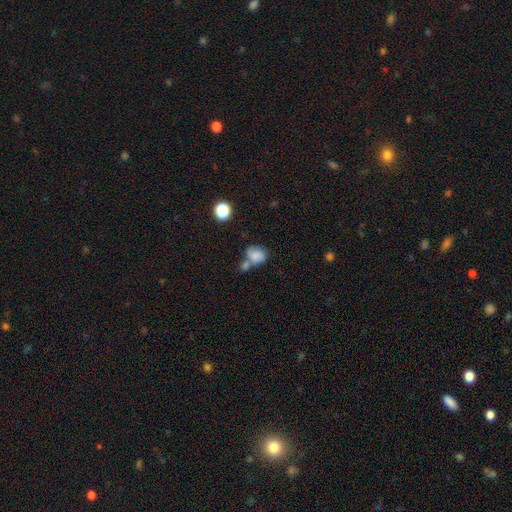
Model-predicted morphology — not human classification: This is likely a smooth galaxy (64%). How rounded: possibly round (52%). Merging: marginally merger (43%).